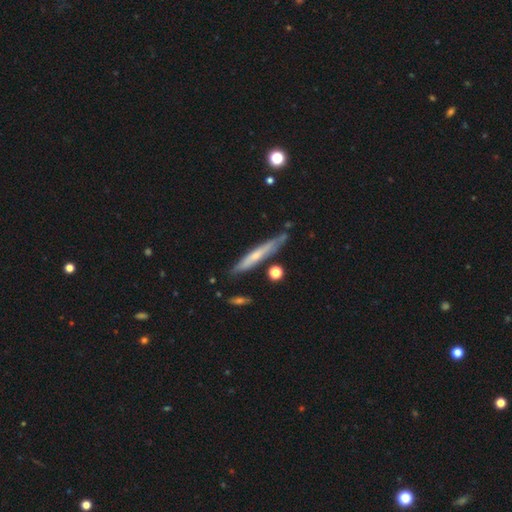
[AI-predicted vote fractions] Smooth or featured? featured or disk (48%)
Merging? none (78%)